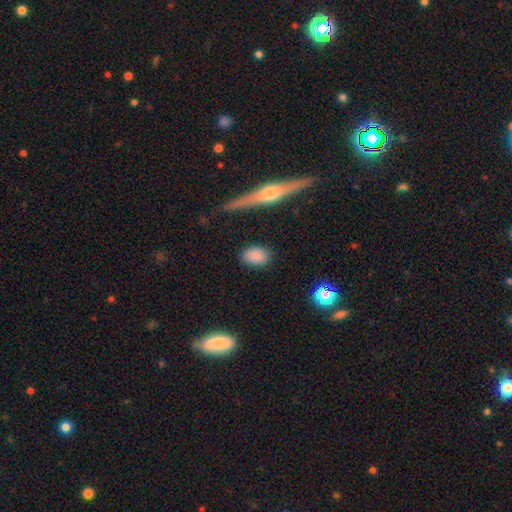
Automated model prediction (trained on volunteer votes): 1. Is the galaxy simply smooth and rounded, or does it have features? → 86% smooth, 7% featured or disk, 7% star or artifact.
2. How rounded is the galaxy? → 80% in between, 17% round, 3% cigar-shaped.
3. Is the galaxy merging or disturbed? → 83% none, 12% minor disturbance, 3% major disturbance, 2% merger.